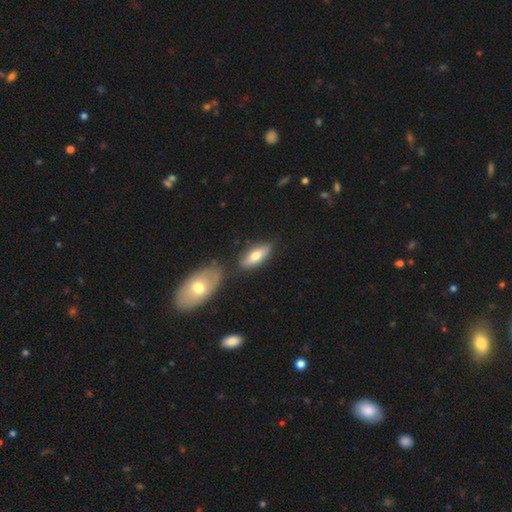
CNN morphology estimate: smooth_or_featured: smooth (p=0.67) [alt: featured or disk p=0.27]
how_rounded: in between (p=0.74) [alt: cigar-shaped p=0.23]
merging: none (p=0.73) [alt: minor disturbance p=0.13]